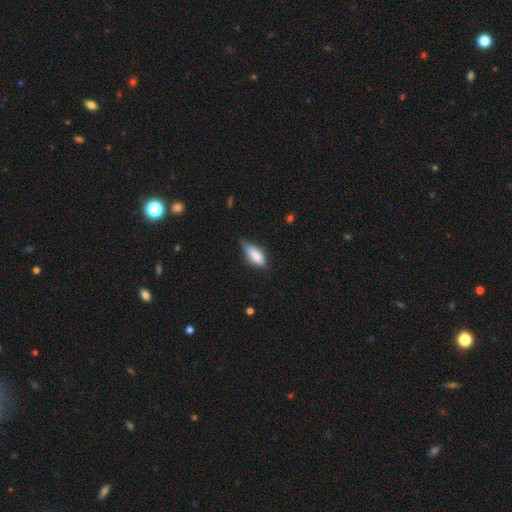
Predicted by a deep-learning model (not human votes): A smooth galaxy with no disk features (78%) that is in between round and cigar-shaped (77%).

Vote fractions:
- Smooth or featured? smooth: 78% / featured or disk: 15% / star or artifact: 6%
- How rounded? in between: 77% / cigar-shaped: 21% / round: 2%
- Merging? none: 51% / minor disturbance: 39% / major disturbance: 7% / merger: 2%